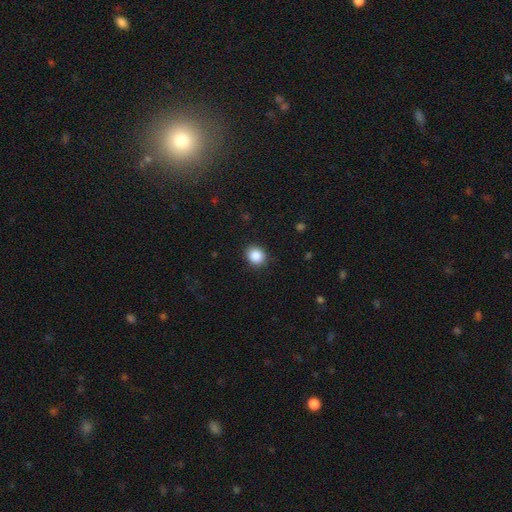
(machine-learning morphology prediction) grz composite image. It shows a smooth galaxy with no disk features (88%) that is round (73%). Merging: none (89%).